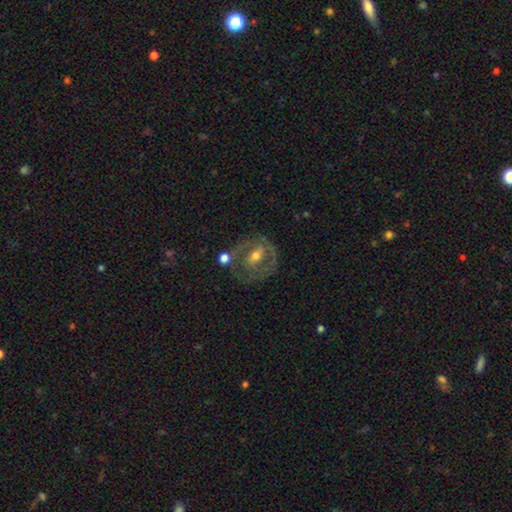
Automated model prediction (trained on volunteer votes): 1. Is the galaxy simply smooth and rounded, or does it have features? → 67% featured or disk, 25% smooth, 8% star or artifact.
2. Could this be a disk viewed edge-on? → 95% no, 5% yes.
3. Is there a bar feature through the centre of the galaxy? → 39% weak, 34% no, 27% strong.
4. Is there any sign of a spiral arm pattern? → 51% yes, 49% no.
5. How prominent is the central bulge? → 64% moderate, 28% small, 5% large, 2% none, 1% dominant.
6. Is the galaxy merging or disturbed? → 54% none, 20% minor disturbance, 16% major disturbance, 10% merger.